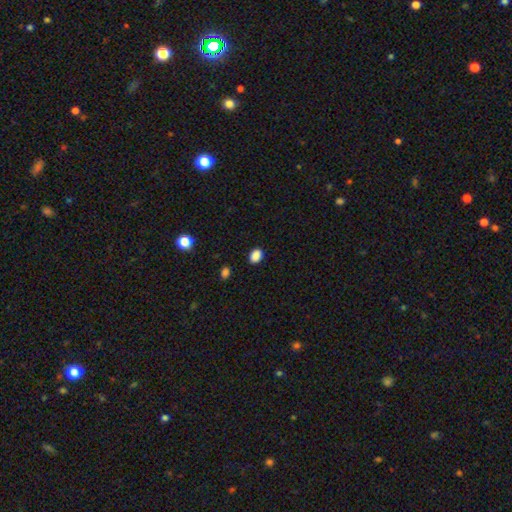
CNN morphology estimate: type=smooth (88%); roundness=in between (66%); merging=none (88%).